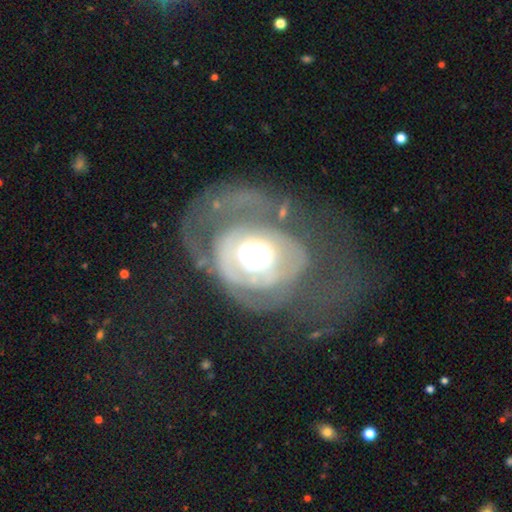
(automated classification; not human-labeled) Q: Smooth or featured?
A: featured or disk (75%); runner-up: smooth (18%)
Q: Edge-on disk?
A: no (96%); runner-up: yes (4%)
Q: Bar?
A: no (83%); runner-up: weak (12%)
Q: Spiral arms?
A: yes (60%); runner-up: no (40%)
Q: Bulge size?
A: large (43%); runner-up: moderate (41%)
Q: Merging?
A: major disturbance (47%); runner-up: none (33%)